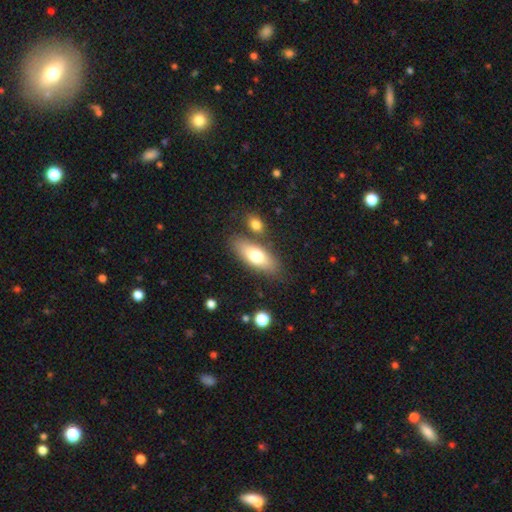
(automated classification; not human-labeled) Smooth or featured: smooth — 70% (featured or disk — 24%)
How rounded: in between — 73% (cigar-shaped — 24%)
Merging: none — 74% (minor disturbance — 12%)